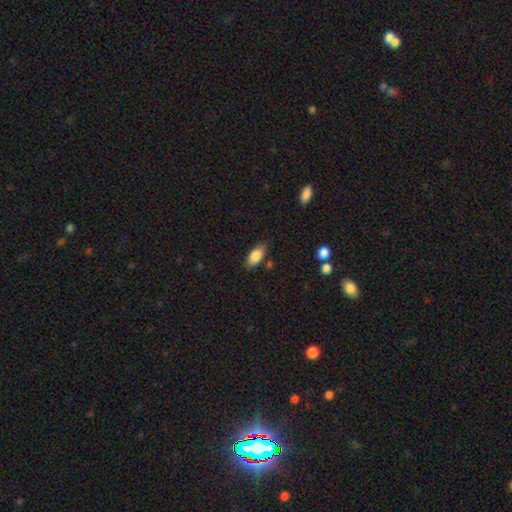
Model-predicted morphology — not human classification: A smooth galaxy with no disk features (81%) that is in between round and cigar-shaped (85%). Merging: none (79%).